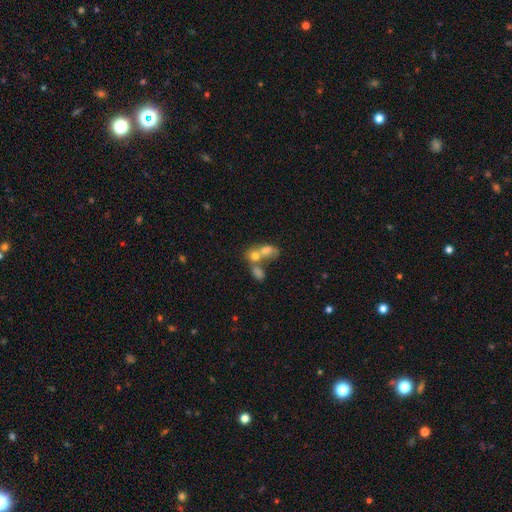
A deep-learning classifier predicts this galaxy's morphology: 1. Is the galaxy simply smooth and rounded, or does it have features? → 68% smooth, 21% featured or disk, 11% star or artifact.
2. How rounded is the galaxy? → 64% in between, 33% round, 3% cigar-shaped.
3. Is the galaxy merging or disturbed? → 67% merger, 19% none, 7% minor disturbance, 7% major disturbance.